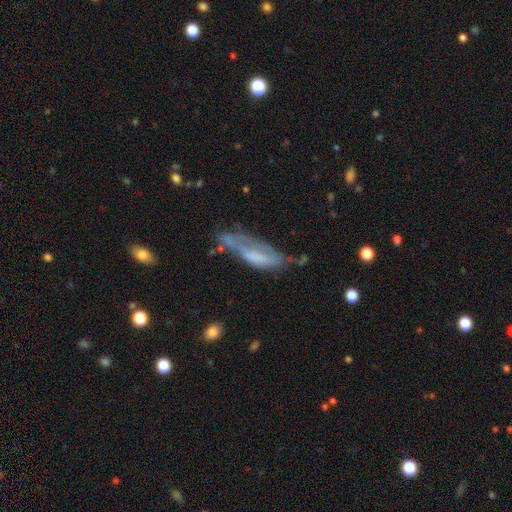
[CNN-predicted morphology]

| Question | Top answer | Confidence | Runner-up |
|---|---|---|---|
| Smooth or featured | featured or disk | 46% | smooth (45%) |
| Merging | major disturbance | 32% | minor disturbance (29%) |